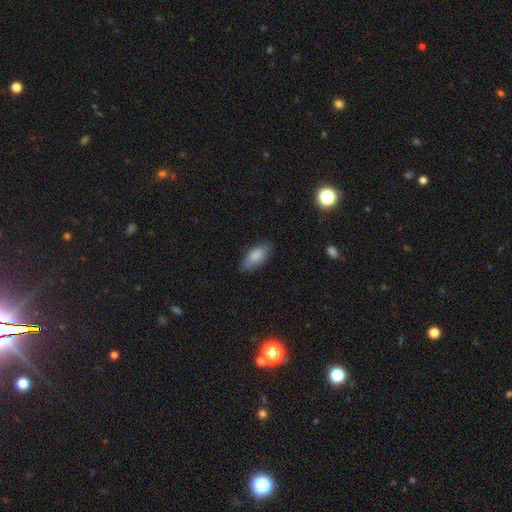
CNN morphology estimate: Smooth or featured: smooth — 85% (featured or disk — 9%)
How rounded: in between — 88% (cigar-shaped — 10%)
Merging: none — 79% (minor disturbance — 17%)